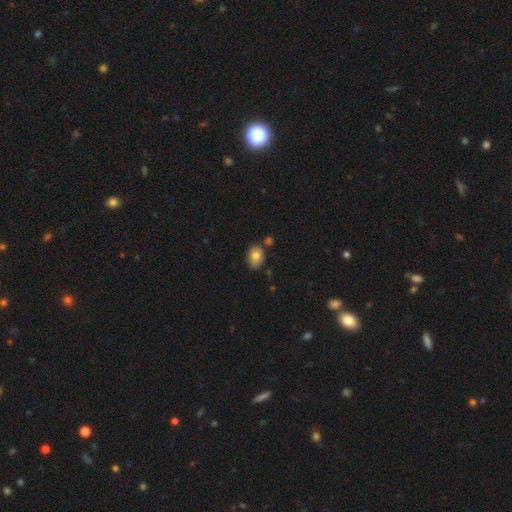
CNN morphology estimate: Smooth or featured? smooth (81%)
How rounded? in between (80%)
Merging? none (71%)